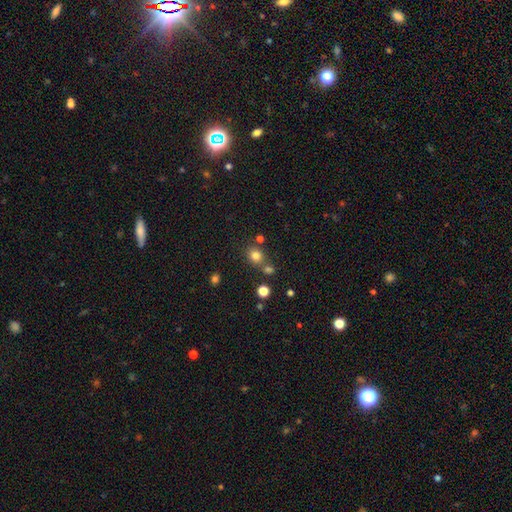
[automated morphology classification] smooth-or-featured: smooth: 79% | star or artifact: 15% | featured or disk: 6%
  how-rounded: round: 76% | in between: 23% | cigar-shaped: 1%
  merging: none: 67% | merger: 20% | minor disturbance: 10% | major disturbance: 4%